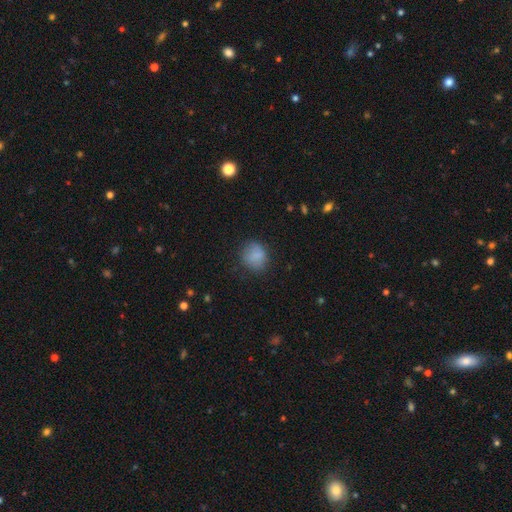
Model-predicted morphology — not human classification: smooth 83%, star or artifact 10%, featured or disk 8%. Down the decision tree: how rounded — round (76%); merging — none (76%).